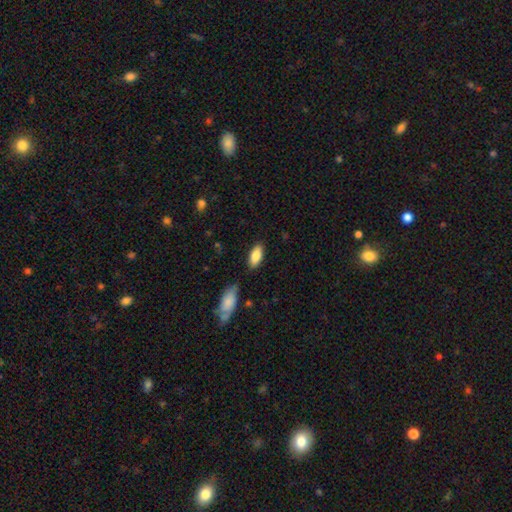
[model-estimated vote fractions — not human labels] Smooth or featured? Predicted: smooth (p=0.86). How rounded? Predicted: in between (p=0.88). Merging? Predicted: none (p=0.82).